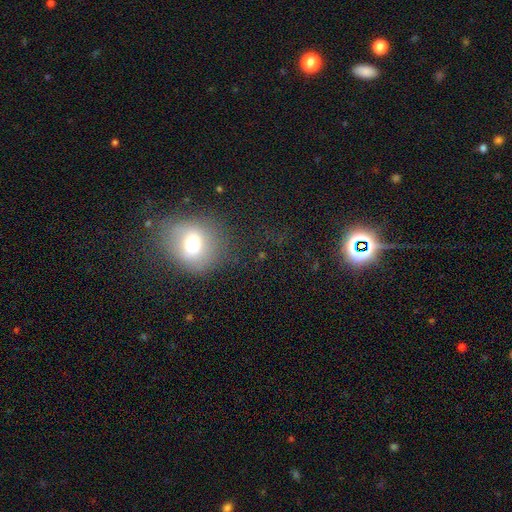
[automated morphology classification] type=smooth (48%); merging=none (76%).